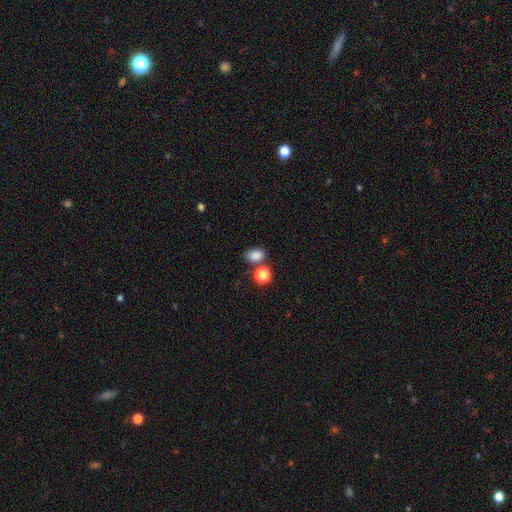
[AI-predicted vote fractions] Smooth or featured: smooth — 83% (star or artifact — 12%)
How rounded: in between — 76% (round — 23%)
Merging: none — 68% (merger — 15%)